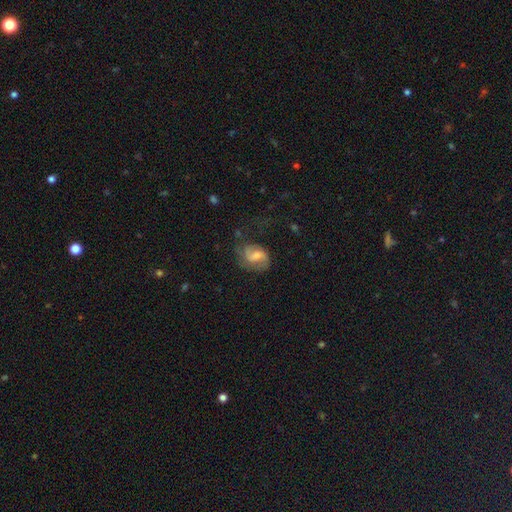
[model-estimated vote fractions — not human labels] A featured or disk galaxy (57%) with a weak bar (50%), spiral arms (84%) and a moderate central bulge (45%).

Vote fractions:
- Smooth or featured? featured or disk: 57% / smooth: 35% / star or artifact: 8%
- Edge-on disk? no: 97% / yes: 3%
- Bar? weak: 50% / no: 35% / strong: 15%
- Spiral arms? yes: 84% / no: 16%
- Bulge size? moderate: 45% / small: 26% / large: 14% / none: 13% / dominant: 2%
- Merging? none: 50% / minor disturbance: 25% / major disturbance: 23% / merger: 2%